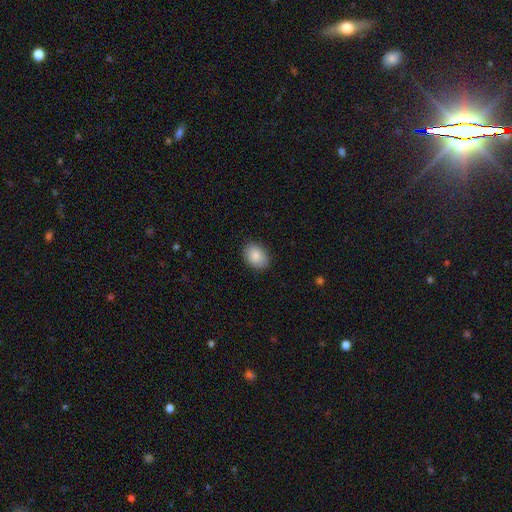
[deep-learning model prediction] Smooth or featured: smooth — 88% (star or artifact — 7%)
How rounded: in between — 80% (round — 19%)
Merging: none — 88% (minor disturbance — 9%)